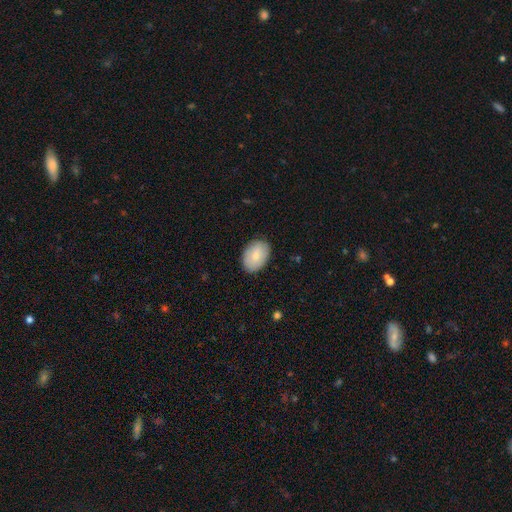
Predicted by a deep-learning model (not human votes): A smooth galaxy with no disk features (77%) that is in between round and cigar-shaped (82%). Merging: none (86%).